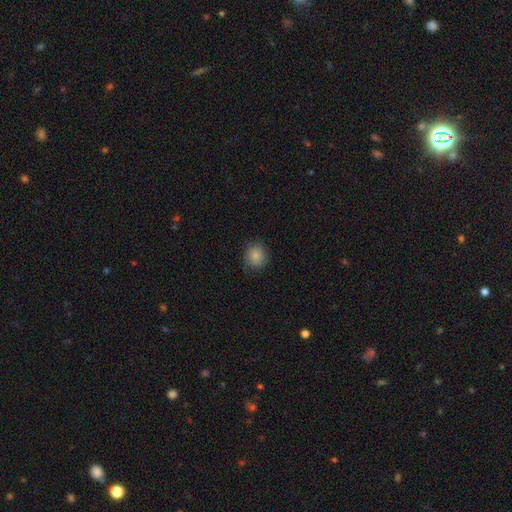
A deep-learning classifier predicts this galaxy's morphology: smooth_or_featured: smooth (p=0.85) [alt: star or artifact p=0.09]
how_rounded: round (p=0.85) [alt: in between p=0.14]
merging: none (p=0.79) [alt: minor disturbance p=0.16]